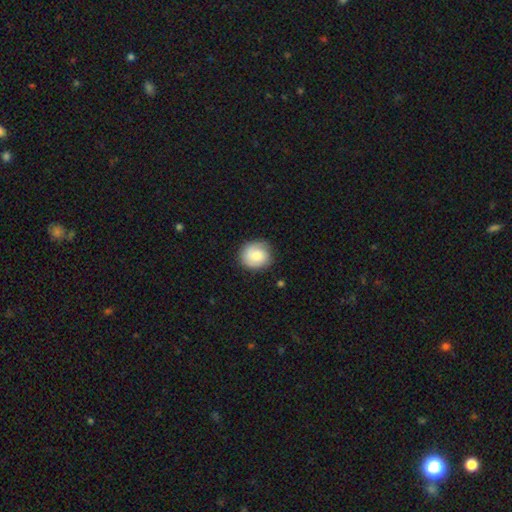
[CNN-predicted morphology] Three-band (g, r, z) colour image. It shows a smooth galaxy with no disk features (69%) that is round (86%). Merging: none (78%).